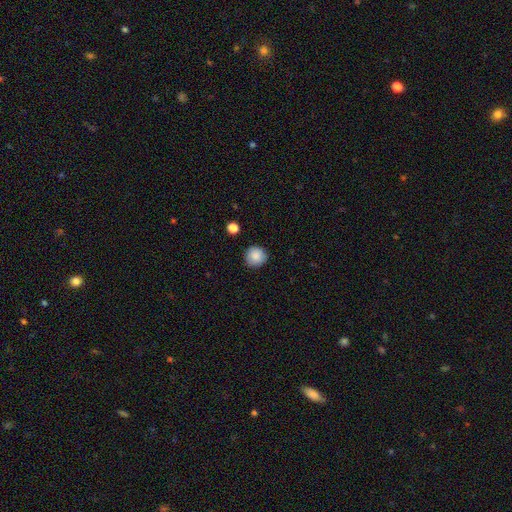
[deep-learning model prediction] Morphology: type=smooth (87%); roundness=round (93%); merging=none (88%).